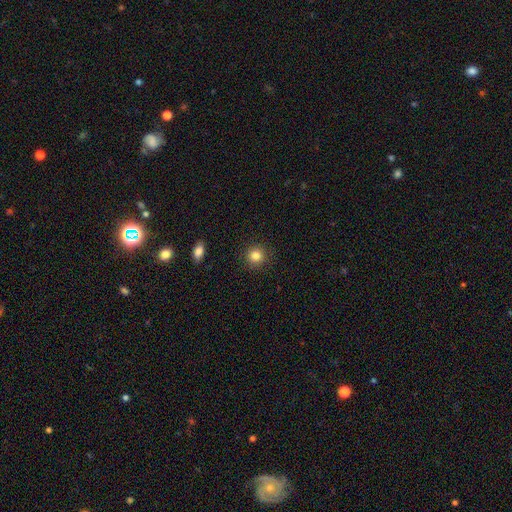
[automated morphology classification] Q: Smooth or featured?
A: smooth (84%); runner-up: star or artifact (11%)
Q: How rounded?
A: round (92%); runner-up: in between (7%)
Q: Merging?
A: none (91%); runner-up: minor disturbance (6%)